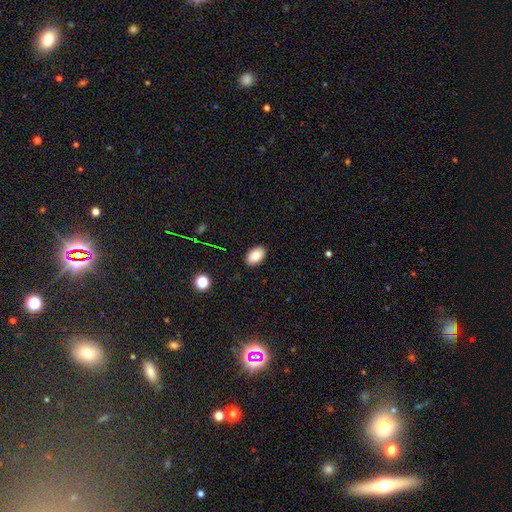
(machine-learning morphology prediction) This is clearly a smooth galaxy (87%). How rounded: clearly in between (91%). Merging: clearly none (88%).